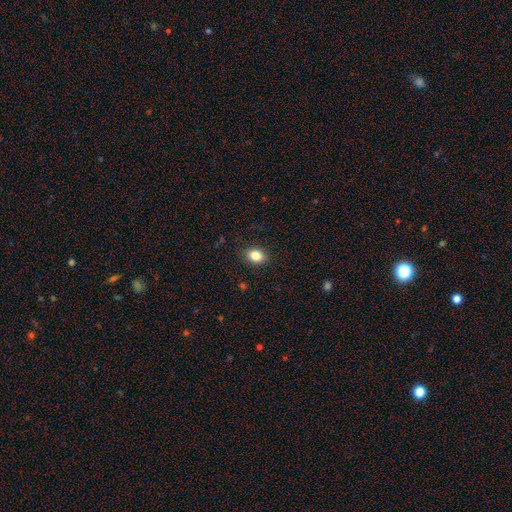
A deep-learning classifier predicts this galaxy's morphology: Overall: smooth (84%). How rounded: in between (64%; round 35%). Merging: none (89%).